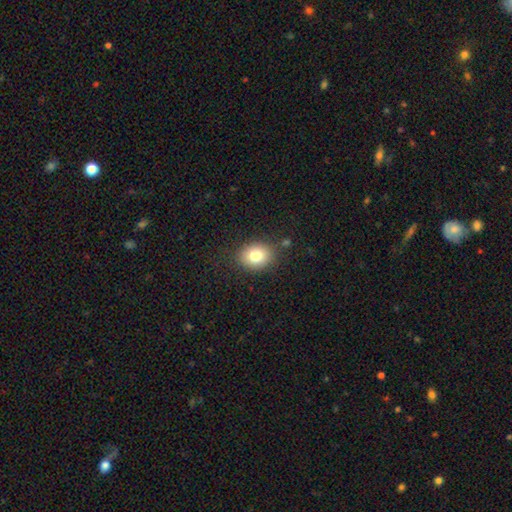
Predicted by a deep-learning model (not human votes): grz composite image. It shows a smooth galaxy with no disk features (79%) that is round (51%). Merging: none (85%).